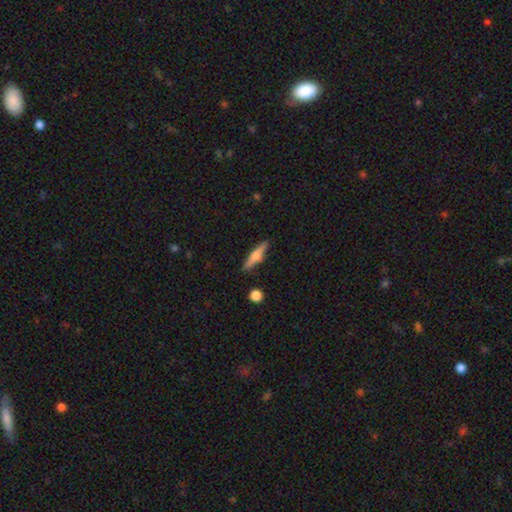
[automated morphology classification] The model was most divided on "smooth or featured": featured or disk: 51%, smooth: 42%, star or artifact: 7%. More confident: edge-on disk — yes (95%); merging — none (86%).